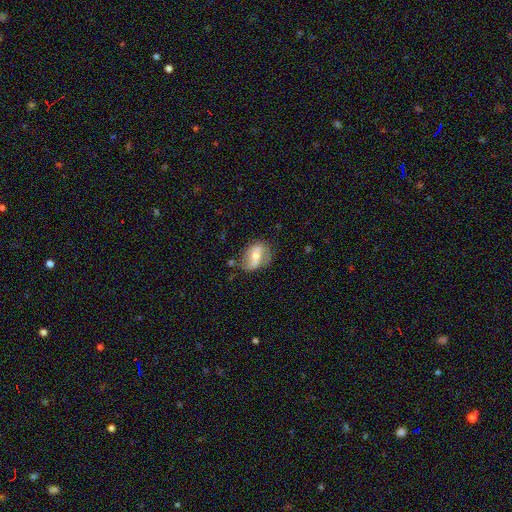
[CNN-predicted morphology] Smooth or featured: featured or disk — 55% (smooth — 38%)
Edge-on disk: no — 94% (yes — 6%)
Bar: weak — 35% (strong — 33%)
Spiral arms: yes — 65% (no — 35%)
Bulge size: moderate — 61% (small — 31%)
Merging: none — 61% (minor disturbance — 25%)